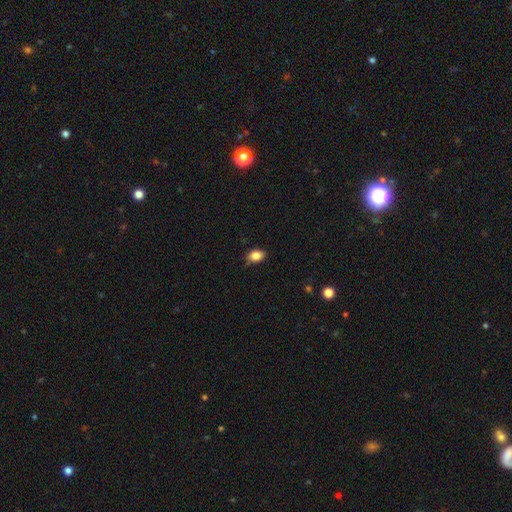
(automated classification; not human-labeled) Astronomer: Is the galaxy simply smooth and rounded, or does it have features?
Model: smooth — 85%.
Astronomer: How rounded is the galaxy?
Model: in between — 76%.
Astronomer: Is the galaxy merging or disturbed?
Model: none — 81%.